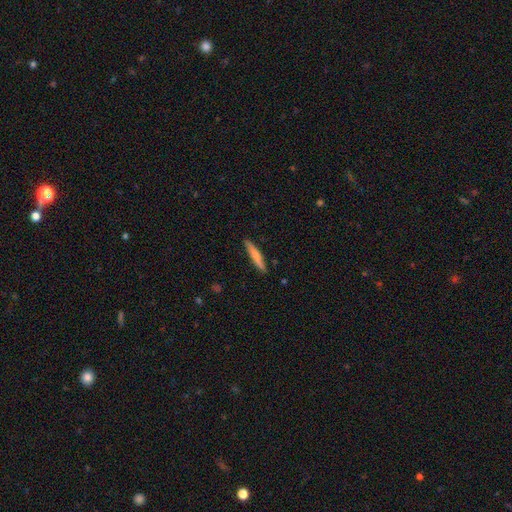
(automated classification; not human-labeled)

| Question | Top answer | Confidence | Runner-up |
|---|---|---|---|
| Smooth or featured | smooth | 66% | featured or disk (28%) |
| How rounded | cigar-shaped | 92% | in between (6%) |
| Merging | none | 88% | minor disturbance (9%) |